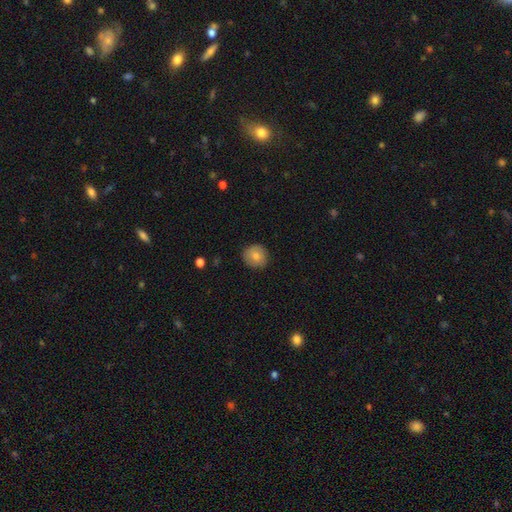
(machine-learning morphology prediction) The model was most divided on "smooth or featured": smooth: 82%, featured or disk: 10%, star or artifact: 8%. More confident: how rounded — round (89%); merging — none (86%).